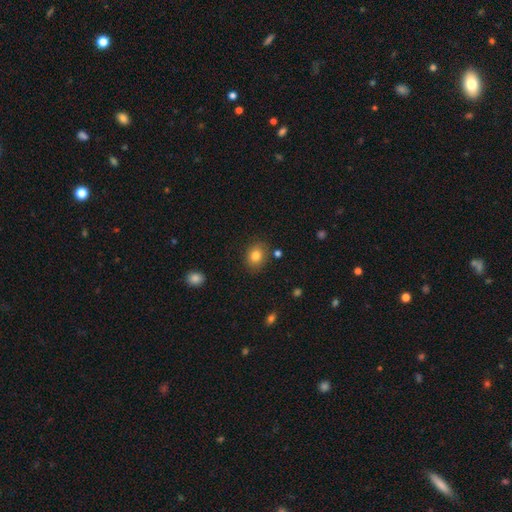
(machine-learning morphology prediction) A smooth galaxy with no disk features (82%) that is round (51%). Merging: none (82%).